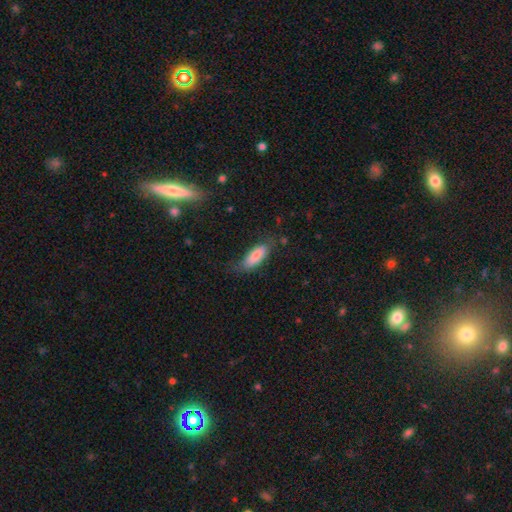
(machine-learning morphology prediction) This appears to be a smooth galaxy with no disk features (80%) that is in between round and cigar-shaped (78%). Merging: none (65%).